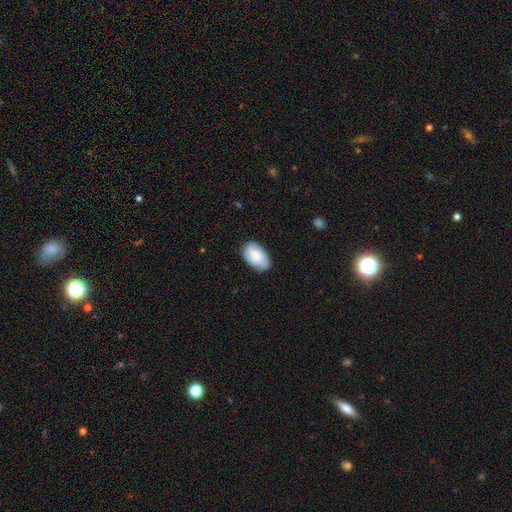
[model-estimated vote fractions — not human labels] This appears to be a smooth galaxy with no disk features (66%) that is in between round and cigar-shaped (92%). Merging: none (78%).